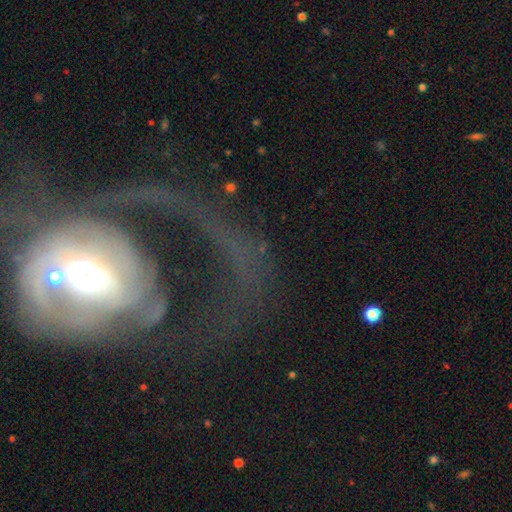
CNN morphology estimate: featured or disk 64%, smooth 23%, star or artifact 13%. Down the decision tree: edge-on disk — no (94%); bar — no (56%); spiral arms — no (52%); bulge size — moderate (61%); merging — major disturbance (54%).